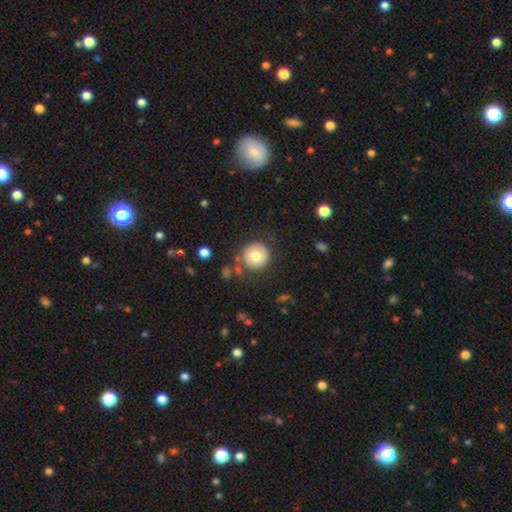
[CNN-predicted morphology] smooth_or_featured: smooth (p=0.75) [alt: featured or disk p=0.16]
how_rounded: round (p=0.94) [alt: in between p=0.05]
merging: none (p=0.81) [alt: minor disturbance p=0.11]